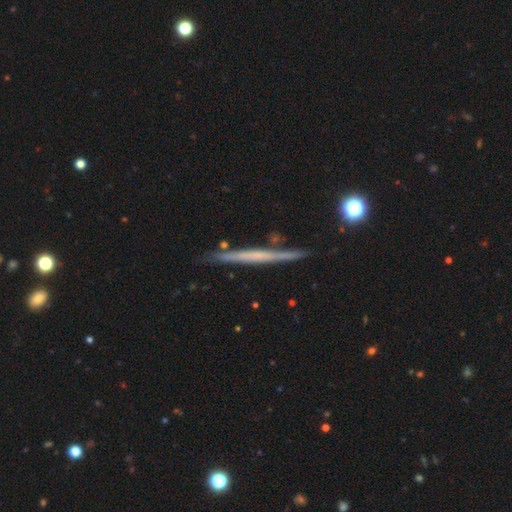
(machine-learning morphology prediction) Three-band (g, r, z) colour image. It shows a featured or disk galaxy (64%) viewed edge-on (97%) with no central bulge (83%). Merging: none (85%).